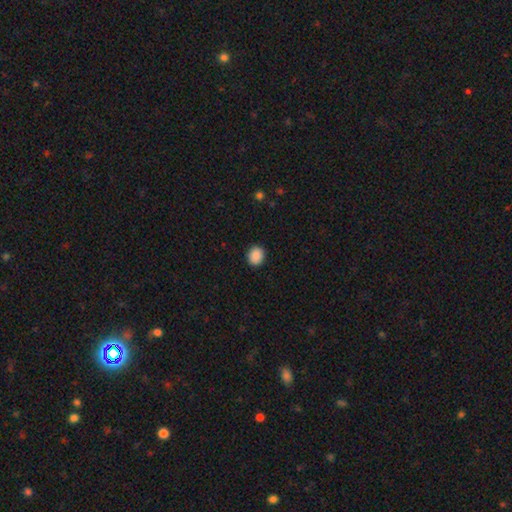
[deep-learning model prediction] Smooth or featured? Predicted: smooth (p=0.89). How rounded? Predicted: round (p=0.73). Merging? Predicted: none (p=0.91).